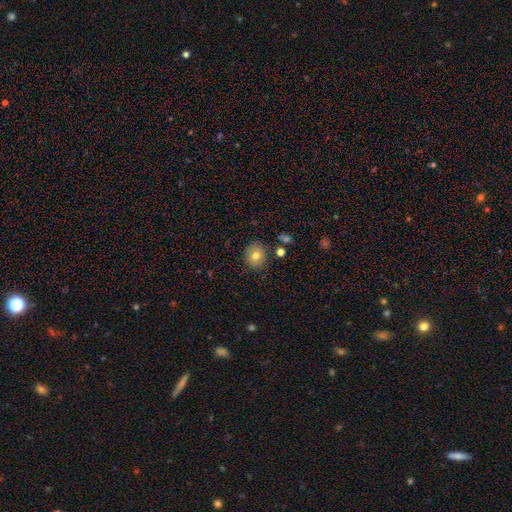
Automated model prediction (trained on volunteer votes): smooth 72%, featured or disk 17%, star or artifact 10%. Down the decision tree: how rounded — round (77%); merging — none (82%).